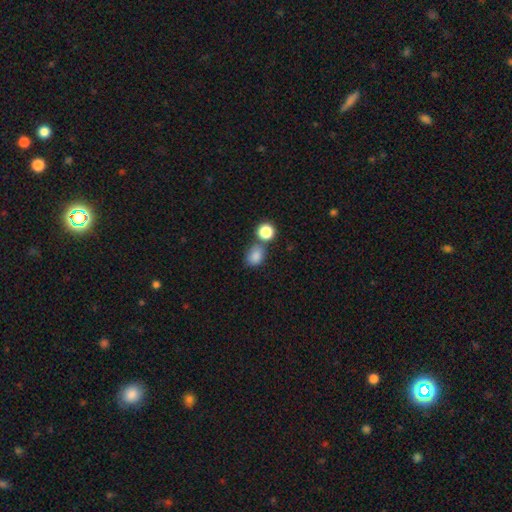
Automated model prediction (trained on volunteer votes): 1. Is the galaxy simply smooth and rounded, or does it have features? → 84% smooth, 11% star or artifact, 6% featured or disk.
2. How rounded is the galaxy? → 50% in between, 49% round, 1% cigar-shaped.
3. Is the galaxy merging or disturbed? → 54% none, 26% merger, 15% minor disturbance, 5% major disturbance.